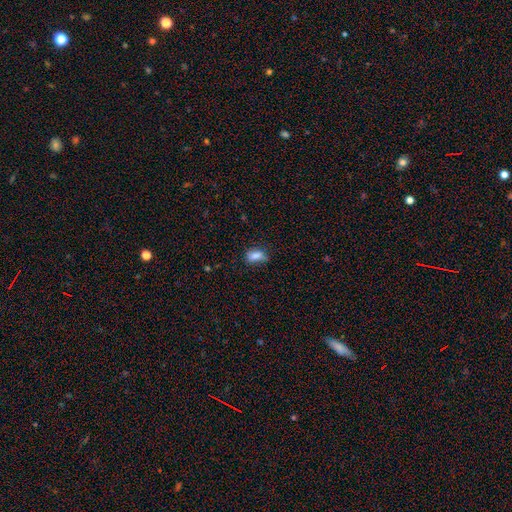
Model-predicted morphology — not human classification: smooth 81%, star or artifact 10%, featured or disk 9%. Down the decision tree: how rounded — in between (81%); merging — none (61%).